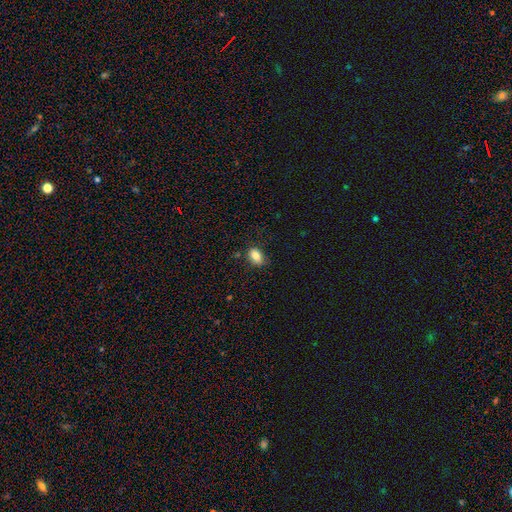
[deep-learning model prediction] smooth_or_featured: smooth (p=0.83) [alt: star or artifact p=0.09]
how_rounded: in between (p=0.77) [alt: round p=0.22]
merging: none (p=0.68) [alt: minor disturbance p=0.24]